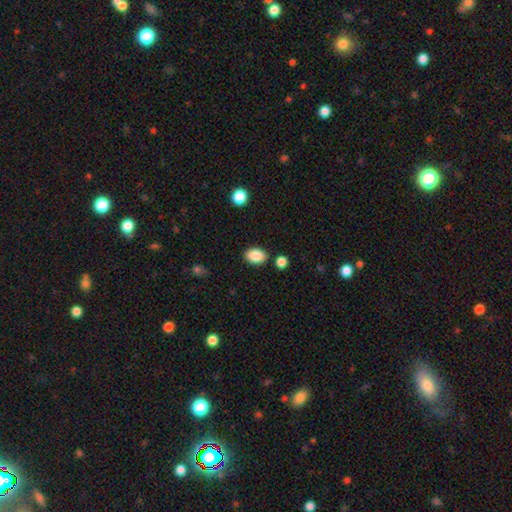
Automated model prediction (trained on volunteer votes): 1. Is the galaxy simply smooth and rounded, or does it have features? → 88% smooth, 7% star or artifact, 5% featured or disk.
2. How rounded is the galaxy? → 85% in between, 14% round, 1% cigar-shaped.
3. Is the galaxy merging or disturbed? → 83% none, 10% minor disturbance, 5% merger, 2% major disturbance.